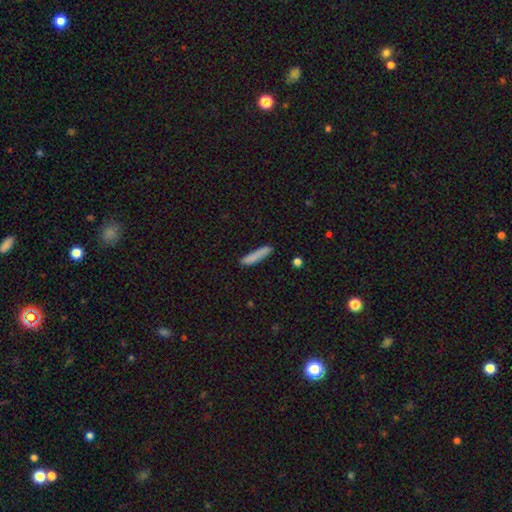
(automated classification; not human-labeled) smooth 83%, featured or disk 10%, star or artifact 7%. Down the decision tree: how rounded — cigar-shaped (90%); merging — none (85%).